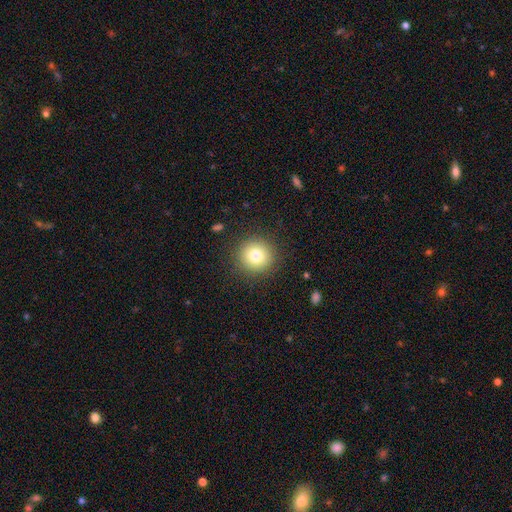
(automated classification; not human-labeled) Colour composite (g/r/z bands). It shows a smooth galaxy with no disk features (79%) that is round (93%). Merging: none (90%).